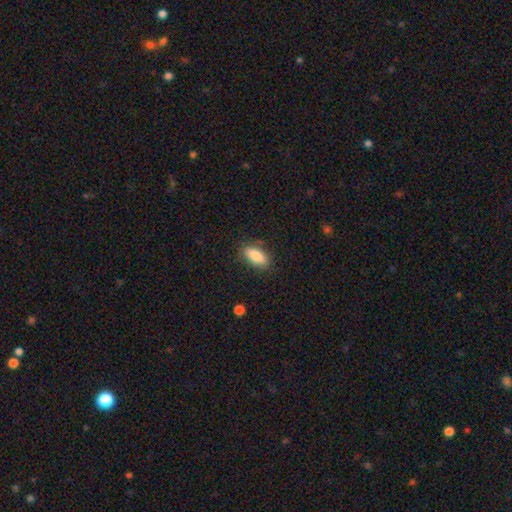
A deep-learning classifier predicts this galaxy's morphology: This appears to be a smooth galaxy with no disk features (84%) that is in between round and cigar-shaped (87%). Merging: none (82%).